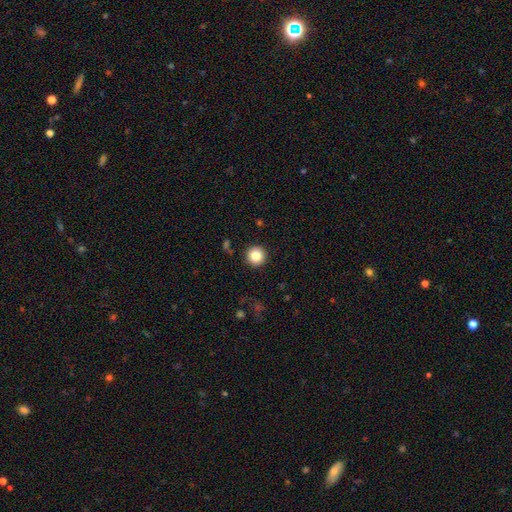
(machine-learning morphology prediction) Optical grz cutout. It shows a smooth galaxy with no disk features (84%) that is round (96%). Merging: none (92%).